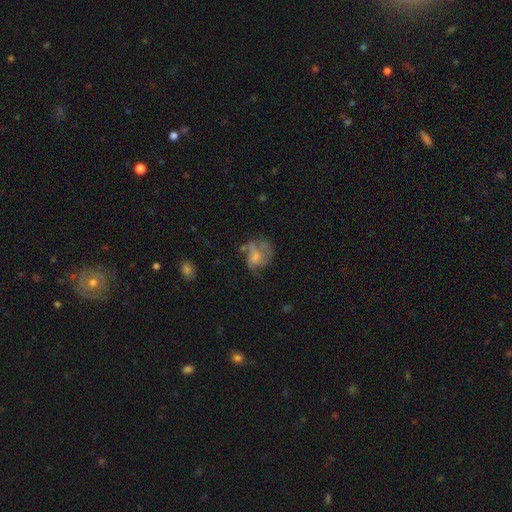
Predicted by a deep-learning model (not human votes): A featured or disk galaxy (48%).

Vote fractions:
- Smooth or featured? featured or disk: 48% / smooth: 41% / star or artifact: 11%
- Merging? major disturbance: 35% / none: 32% / minor disturbance: 23% / merger: 10%